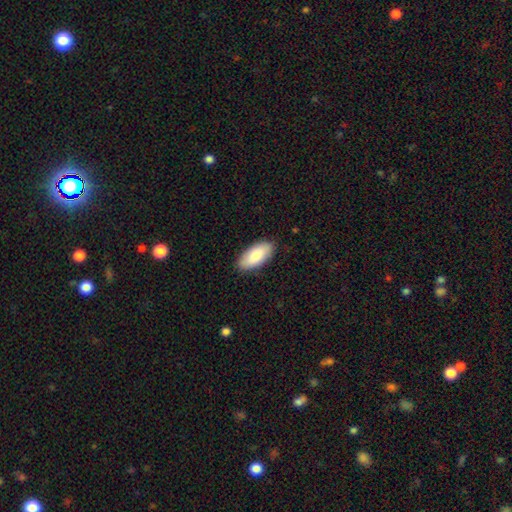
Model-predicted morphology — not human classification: Smooth or featured?
  - smooth: 82% *
  - featured or disk: 12%
  - star or artifact: 5%
How rounded?
  - in between: 91% *
  - cigar-shaped: 7%
  - round: 2%
Merging?
  - none: 87% *
  - minor disturbance: 10%
  - major disturbance: 2%
  - merger: 1%